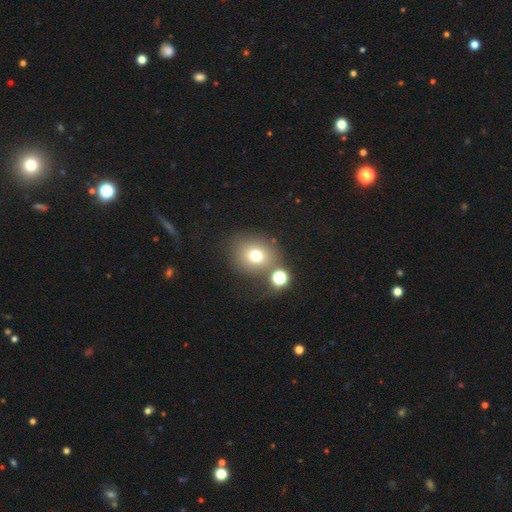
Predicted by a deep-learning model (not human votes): Q: Smooth or featured?
A: smooth (73%); runner-up: star or artifact (15%)
Q: How rounded?
A: round (74%); runner-up: in between (25%)
Q: Merging?
A: none (68%); runner-up: merger (13%)